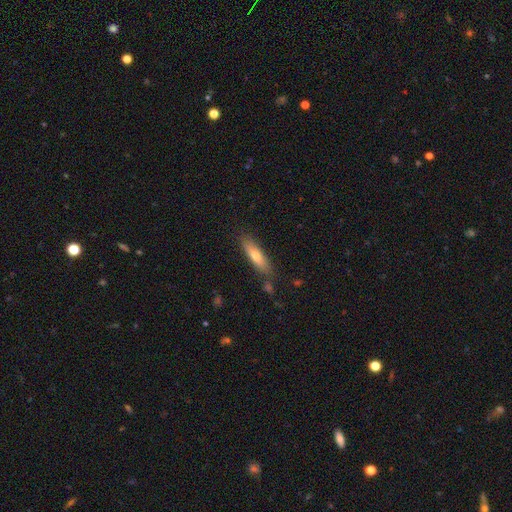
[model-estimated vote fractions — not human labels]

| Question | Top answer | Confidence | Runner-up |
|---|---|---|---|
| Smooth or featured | smooth | 65% | featured or disk (29%) |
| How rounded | cigar-shaped | 63% | in between (35%) |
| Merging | none | 79% | minor disturbance (14%) |